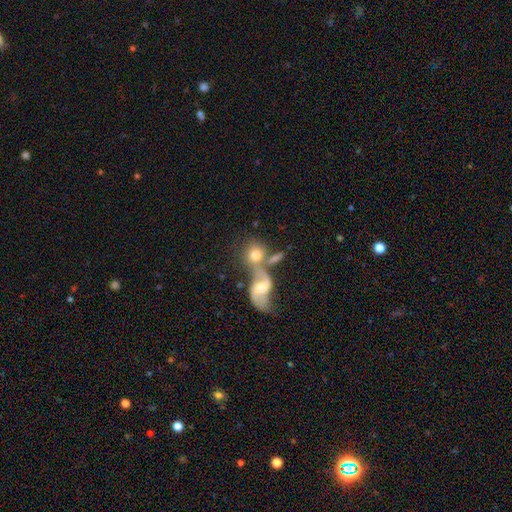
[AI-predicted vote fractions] Smooth or featured?
  - smooth: 54% *
  - featured or disk: 37%
  - star or artifact: 9%
How rounded?
  - round: 67% *
  - in between: 29%
  - cigar-shaped: 3%
Merging?
  - merger: 50% *
  - none: 34%
  - minor disturbance: 10%
  - major disturbance: 7%